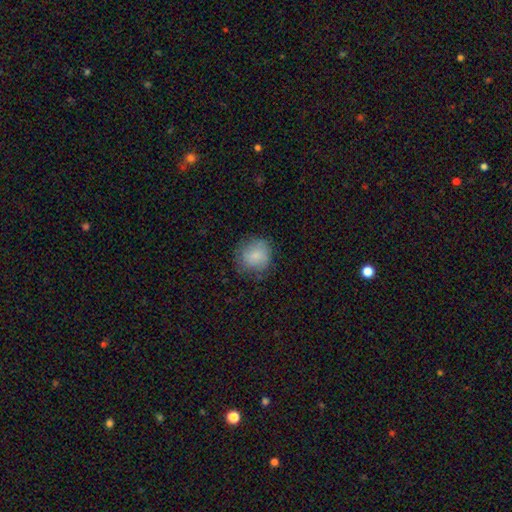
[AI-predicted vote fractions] This appears to be a smooth galaxy with no disk features (81%) that is round (80%). Merging: none (71%).